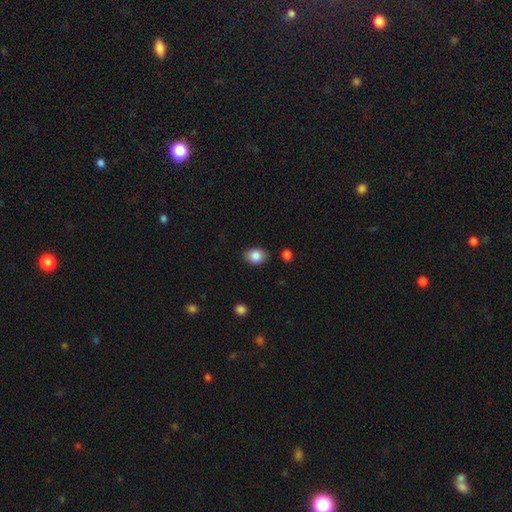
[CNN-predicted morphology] Q: Smooth or featured?
A: smooth (86%); runner-up: star or artifact (8%)
Q: How rounded?
A: in between (70%); runner-up: round (29%)
Q: Merging?
A: none (84%); runner-up: minor disturbance (11%)